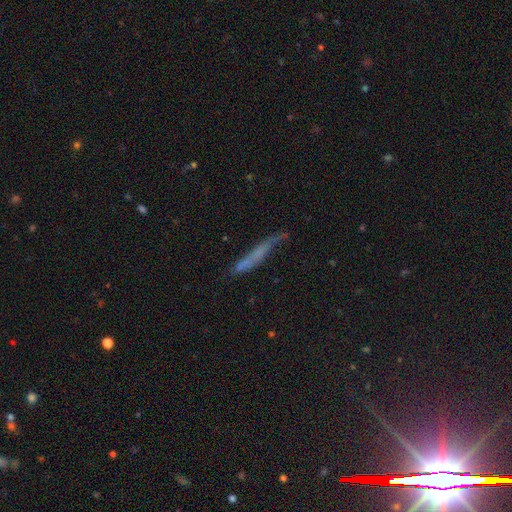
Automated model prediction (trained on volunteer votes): Smooth or featured? smooth (44%)
Merging? none (61%)